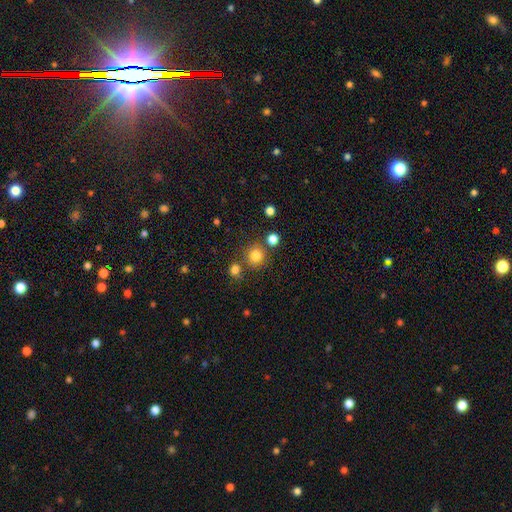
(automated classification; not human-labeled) This appears to be a smooth galaxy with no disk features (81%) that is round (91%). Merging: none (76%).